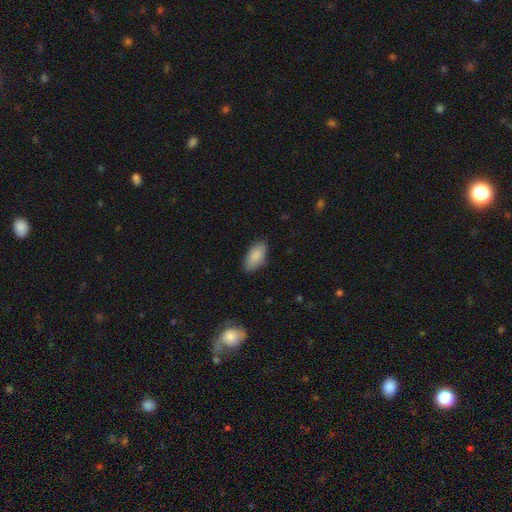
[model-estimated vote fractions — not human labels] smooth-or-featured: smooth: 88% | star or artifact: 6% | featured or disk: 6%
  how-rounded: in between: 90% | cigar-shaped: 8% | round: 2%
  merging: none: 83% | minor disturbance: 14% | major disturbance: 3% | merger: 1%